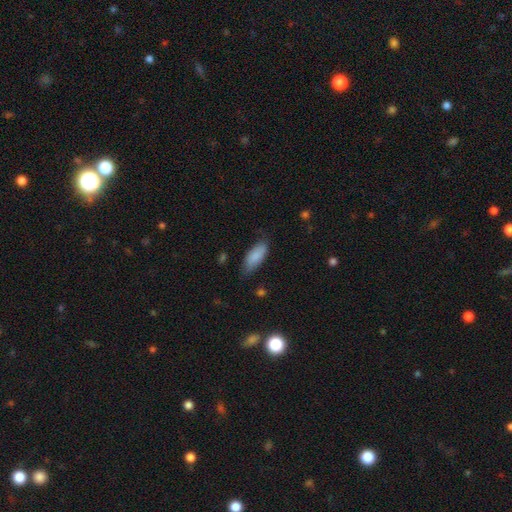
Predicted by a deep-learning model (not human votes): Morphology: type=smooth (86%); roundness=in between (82%); merging=none (72%).